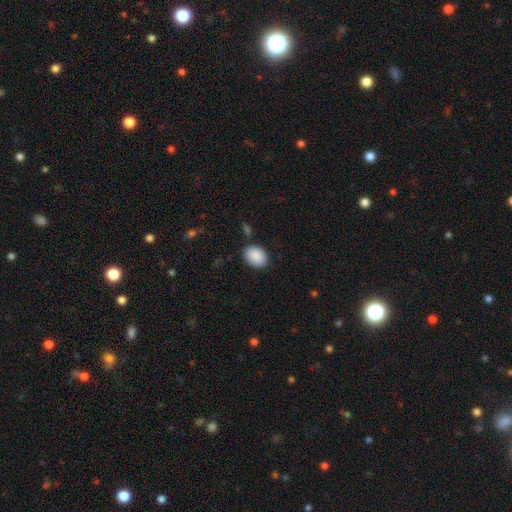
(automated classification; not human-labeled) Morphology: type=smooth (90%); roundness=in between (78%); merging=none (84%).